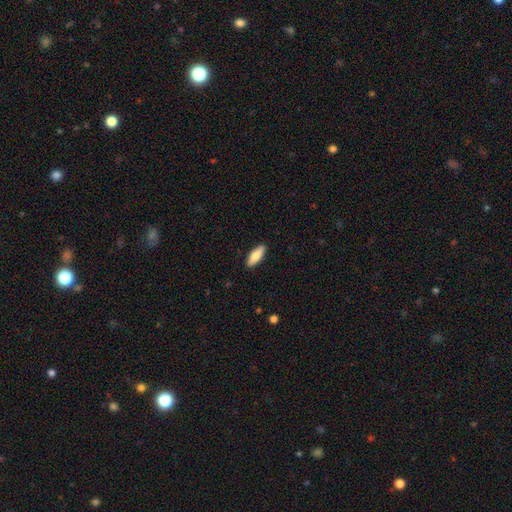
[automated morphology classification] Q: Smooth or featured?
A: smooth (77%); runner-up: featured or disk (17%)
Q: How rounded?
A: in between (63%); runner-up: cigar-shaped (35%)
Q: Merging?
A: none (90%); runner-up: minor disturbance (8%)